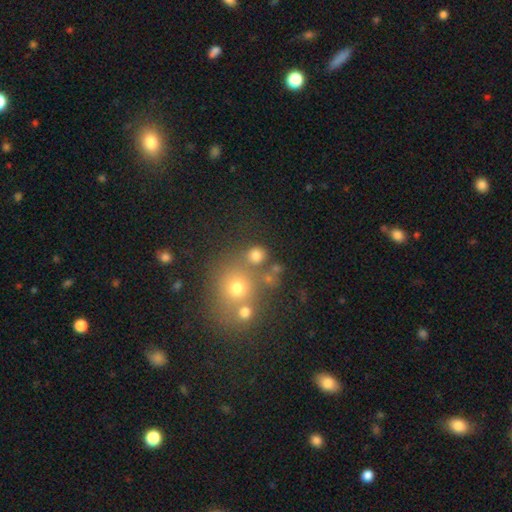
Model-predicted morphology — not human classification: smooth-or-featured: smooth: 77% | star or artifact: 15% | featured or disk: 8%
  how-rounded: round: 85% | in between: 14% | cigar-shaped: 1%
  merging: none: 66% | merger: 20% | minor disturbance: 8% | major disturbance: 5%